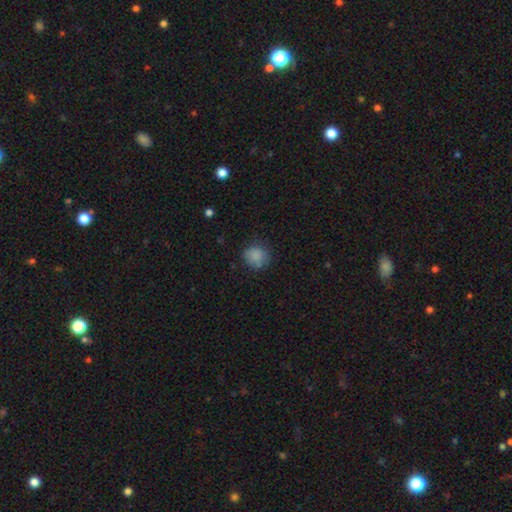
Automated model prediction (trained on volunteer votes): Smooth or featured: smooth — 83% (star or artifact — 10%)
How rounded: round — 83% (in between — 16%)
Merging: none — 74% (minor disturbance — 19%)